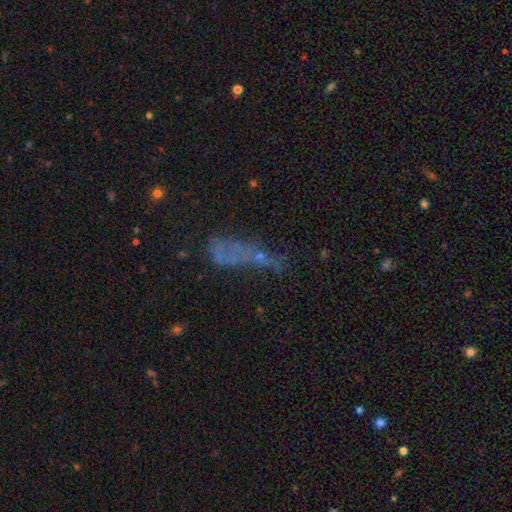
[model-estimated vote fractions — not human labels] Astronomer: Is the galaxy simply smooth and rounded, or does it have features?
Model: smooth — 37% (runner-up: featured or disk, 35%).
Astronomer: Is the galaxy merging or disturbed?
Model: none — 34% (runner-up: major disturbance, 32%).